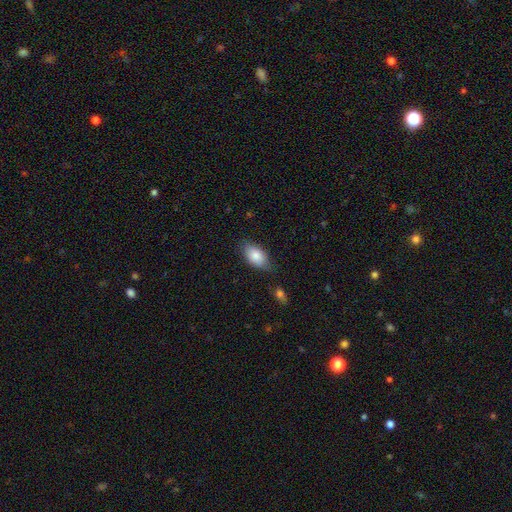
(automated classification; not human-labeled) This is clearly a smooth galaxy (85%). How rounded: clearly in between (92%). Merging: likely none (73%).